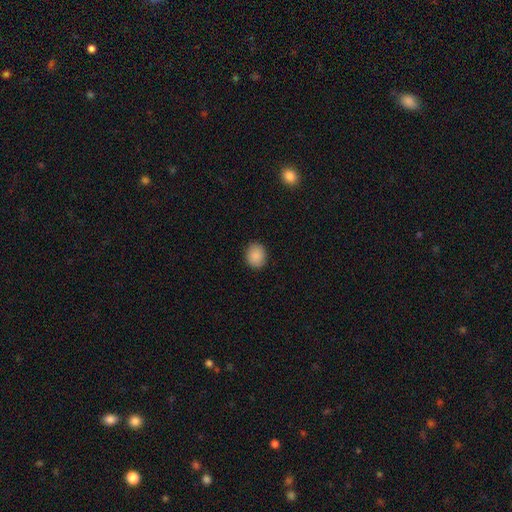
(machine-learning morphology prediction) smooth-or-featured: smooth: 88% | star or artifact: 8% | featured or disk: 3%
  how-rounded: round: 68% | in between: 32% | cigar-shaped: 1%
  merging: none: 90% | minor disturbance: 7% | major disturbance: 2% | merger: 1%